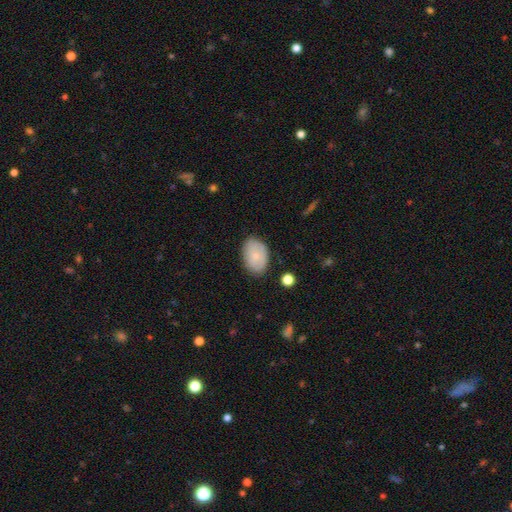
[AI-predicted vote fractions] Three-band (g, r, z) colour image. It shows a smooth galaxy with no disk features (76%) that is in between round and cigar-shaped (86%). Merging: none (80%).